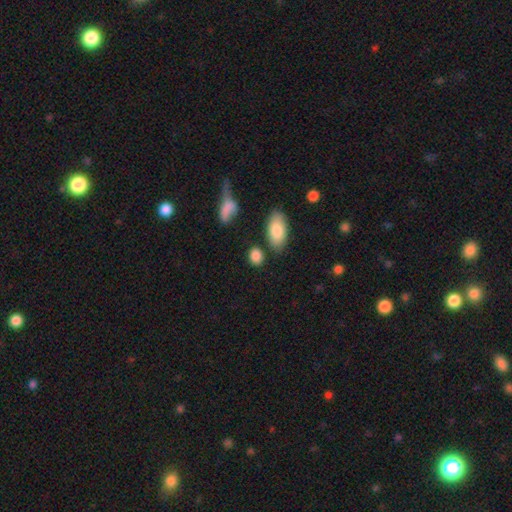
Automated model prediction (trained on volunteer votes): The model was most divided on "how rounded": in between: 56%, round: 41%, cigar-shaped: 3%. More confident: smooth or featured — smooth (86%); merging — none (74%).